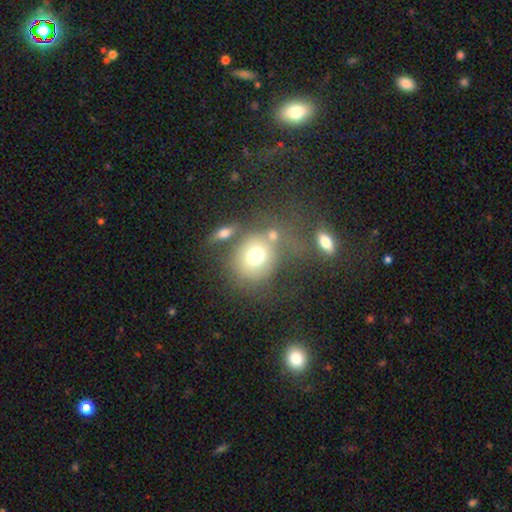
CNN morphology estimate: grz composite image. It shows a smooth galaxy with no disk features (70%) that is round (71%). Merging: none (49%).